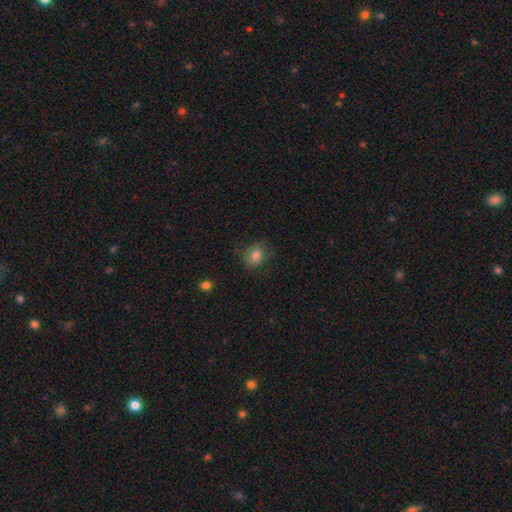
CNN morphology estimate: Smooth or featured? Predicted: smooth (p=0.79). How rounded? Predicted: in between (p=0.51). Merging? Predicted: none (p=0.74).